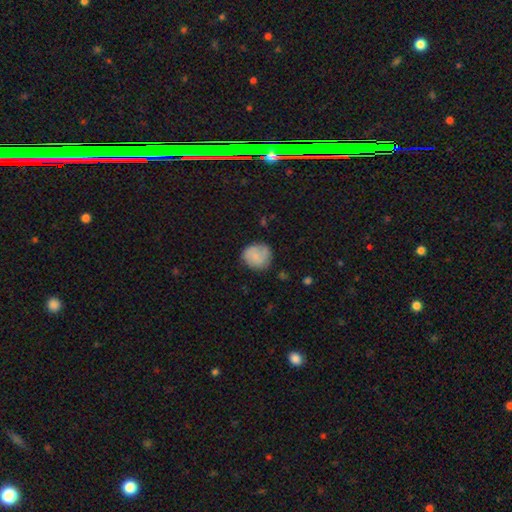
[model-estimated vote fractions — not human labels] A smooth galaxy with no disk features (70%) that is round (84%).

Vote fractions:
- Smooth or featured? smooth: 70% / featured or disk: 23% / star or artifact: 7%
- How rounded? round: 84% / in between: 15% / cigar-shaped: 1%
- Merging? none: 76% / minor disturbance: 18% / major disturbance: 5% / merger: 2%